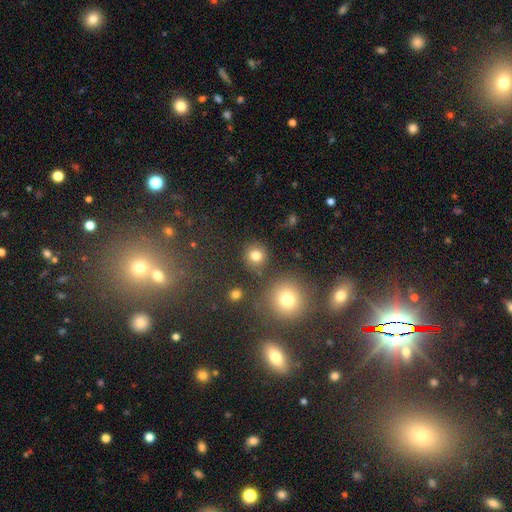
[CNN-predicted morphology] smooth-or-featured: smooth: 79% | star or artifact: 15% | featured or disk: 6%
  how-rounded: round: 91% | in between: 8% | cigar-shaped: 1%
  merging: none: 84% | minor disturbance: 8% | merger: 6% | major disturbance: 3%